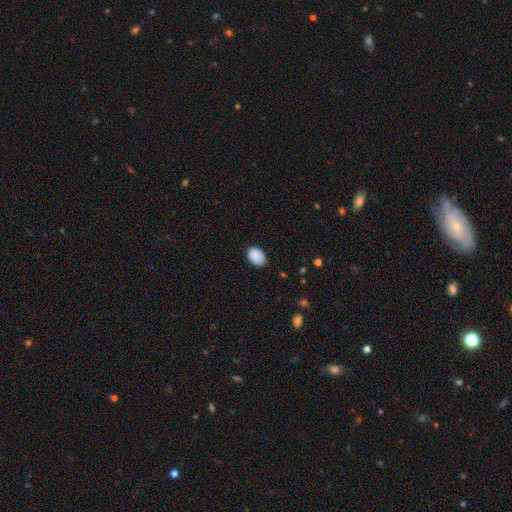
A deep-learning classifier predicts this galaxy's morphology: Smooth or featured? Predicted: smooth (p=0.89). How rounded? Predicted: in between (p=0.84). Merging? Predicted: none (p=0.82).